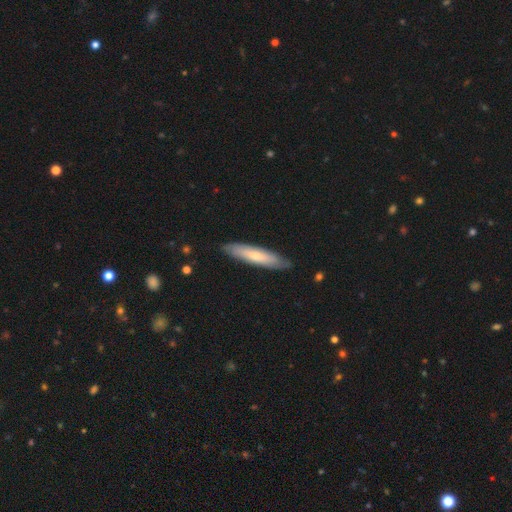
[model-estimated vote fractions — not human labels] Smooth or featured? smooth (62%)
How rounded? cigar-shaped (82%)
Merging? none (86%)